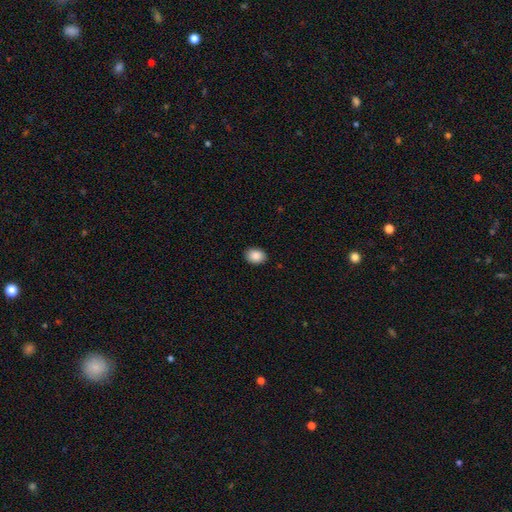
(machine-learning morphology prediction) smooth 89%, star or artifact 8%, featured or disk 3%. Down the decision tree: how rounded — in between (72%); merging — none (89%).